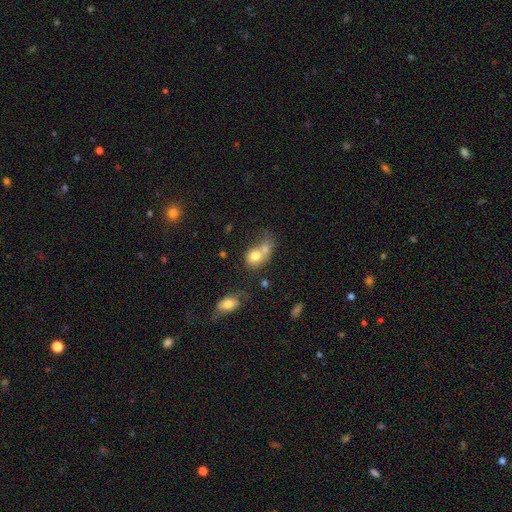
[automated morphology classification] The model was most divided on "how rounded": round: 50%, in between: 49%, cigar-shaped: 1%. More confident: smooth or featured — smooth (73%); merging — merger (66%).